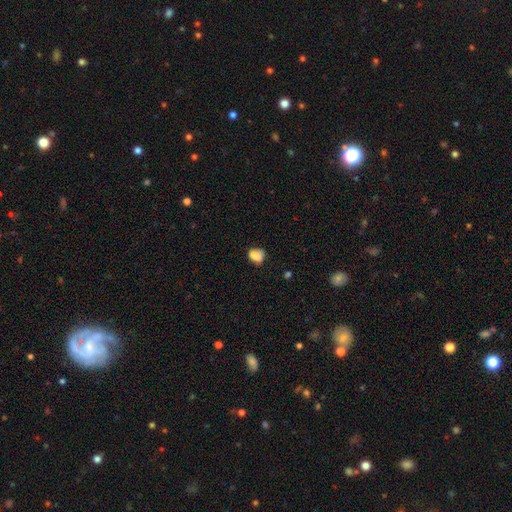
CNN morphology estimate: This is clearly a smooth galaxy (82%). How rounded: possibly in between (55%). Merging: possibly none (58%).